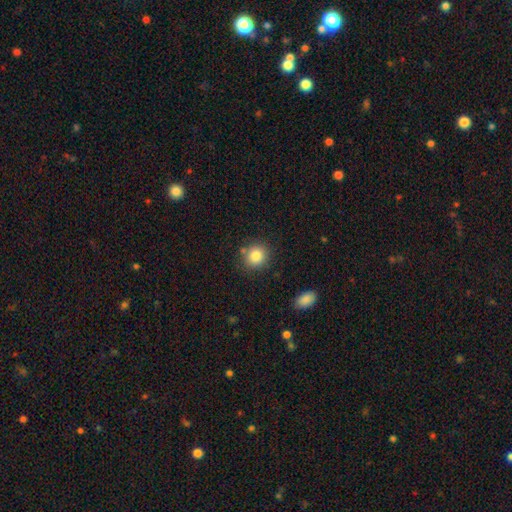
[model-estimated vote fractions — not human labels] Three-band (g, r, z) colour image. It shows a smooth galaxy with no disk features (84%) that is round (87%). Merging: none (81%).